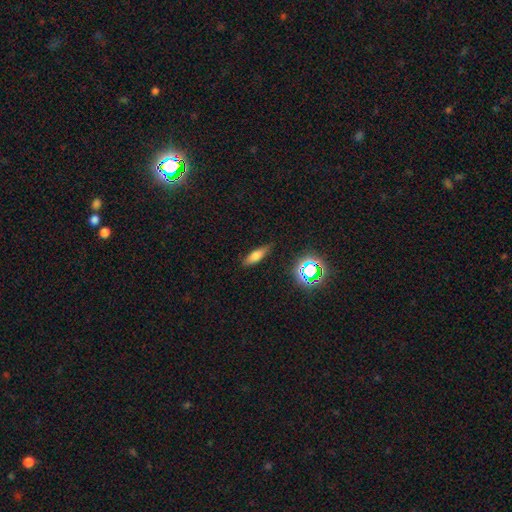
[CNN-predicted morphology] The model was most divided on "how rounded": in between: 50%, cigar-shaped: 46%, round: 4%. More confident: merging — none (83%); smooth or featured — smooth (68%).